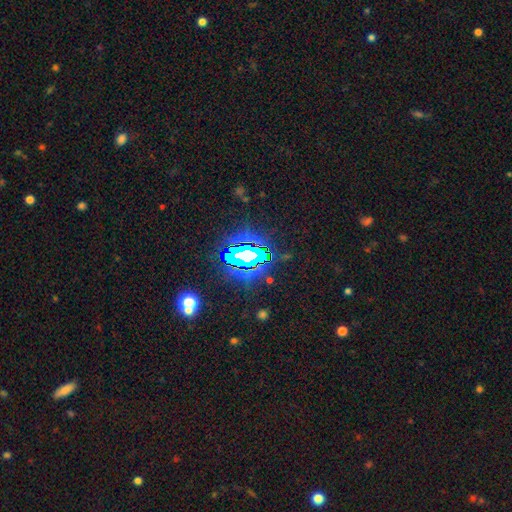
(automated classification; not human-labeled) A star or artifact, not a galaxy (83%).